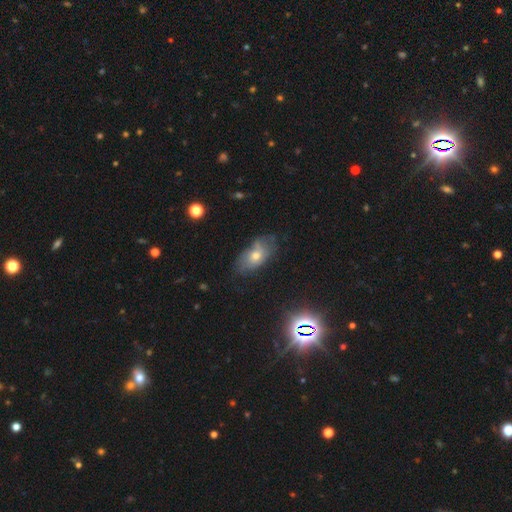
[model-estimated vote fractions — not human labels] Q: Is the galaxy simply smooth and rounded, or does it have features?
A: smooth — 47%.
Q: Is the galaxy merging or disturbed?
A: none — 58%.